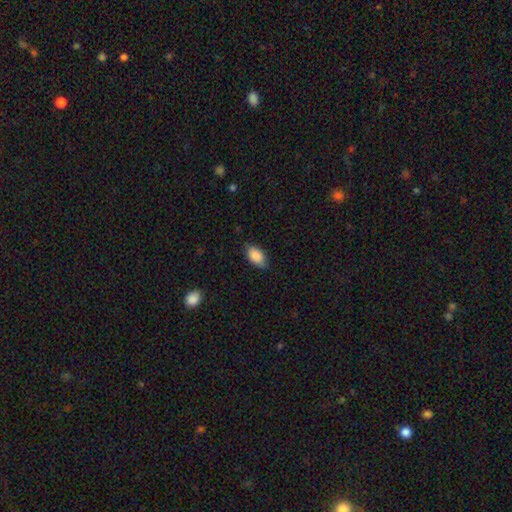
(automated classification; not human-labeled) The model was most divided on "merging": none: 75%, minor disturbance: 21%, major disturbance: 4%, merger: 1%. More confident: how rounded — in between (92%); smooth or featured — smooth (87%).